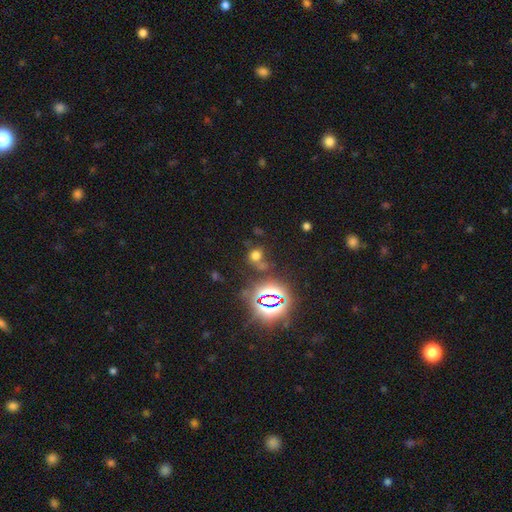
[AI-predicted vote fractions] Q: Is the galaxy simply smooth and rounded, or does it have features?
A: smooth — 51%.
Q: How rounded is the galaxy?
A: round — 73%.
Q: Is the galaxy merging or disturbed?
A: none — 62%.